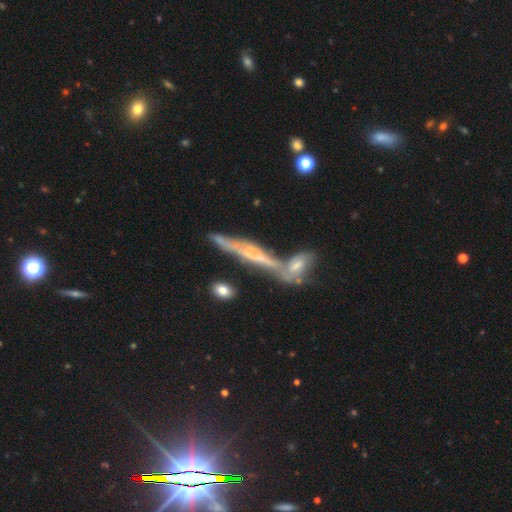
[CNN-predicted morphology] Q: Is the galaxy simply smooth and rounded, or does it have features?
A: featured or disk — 67%.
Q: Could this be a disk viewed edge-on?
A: yes — 86%.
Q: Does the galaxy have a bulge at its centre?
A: rounded — 52%.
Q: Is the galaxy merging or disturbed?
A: none — 52%.